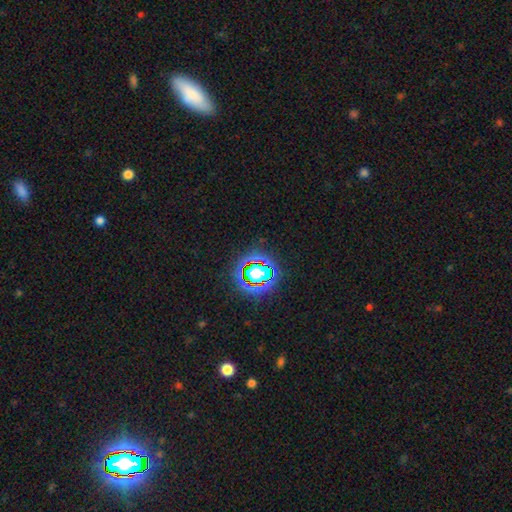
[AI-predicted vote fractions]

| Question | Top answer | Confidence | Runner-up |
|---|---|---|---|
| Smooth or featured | star or artifact | 75% | smooth (15%) |